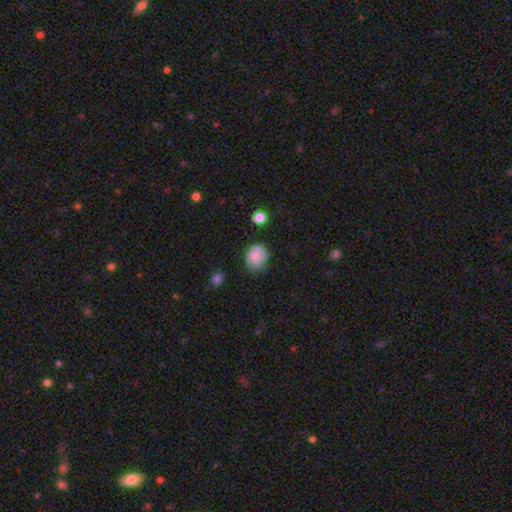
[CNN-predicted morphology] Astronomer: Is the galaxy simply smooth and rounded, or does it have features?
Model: smooth — 84%.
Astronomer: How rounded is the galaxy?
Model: round — 66%.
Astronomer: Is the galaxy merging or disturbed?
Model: none — 65%.